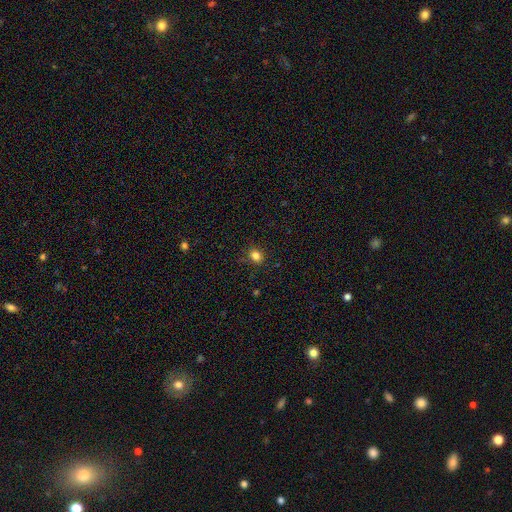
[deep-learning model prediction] Smooth or featured? Predicted: smooth (p=0.82). How rounded? Predicted: in between (p=0.50). Merging? Predicted: none (p=0.83).